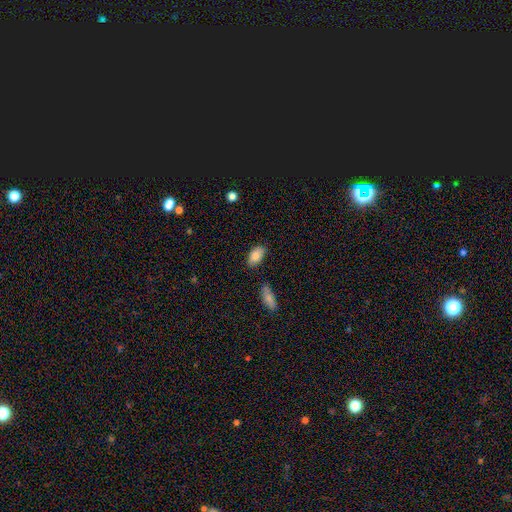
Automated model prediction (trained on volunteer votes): Smooth or featured? Predicted: smooth (p=0.86). How rounded? Predicted: in between (p=0.93). Merging? Predicted: none (p=0.80).